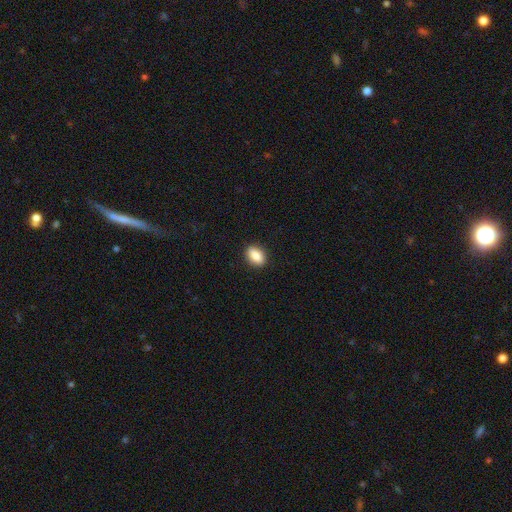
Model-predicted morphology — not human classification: The model was most divided on "how rounded": in between: 84%, round: 12%, cigar-shaped: 4%. More confident: merging — none (89%); smooth or featured — smooth (86%).